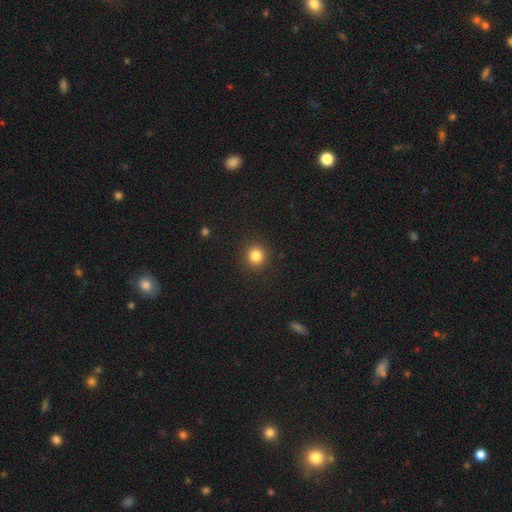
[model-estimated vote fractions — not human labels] The model was most divided on "smooth or featured": smooth: 84%, star or artifact: 12%, featured or disk: 5%. More confident: how rounded — round (93%); merging — none (92%).